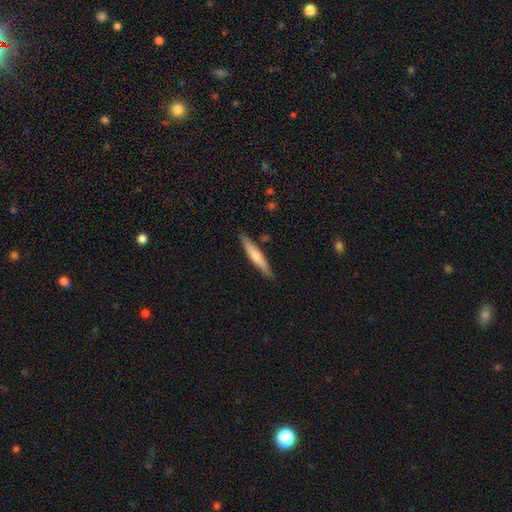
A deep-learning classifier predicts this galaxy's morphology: Overall: smooth (59%; featured or disk 36%). How rounded: cigar-shaped (93%). Merging: none (88%).